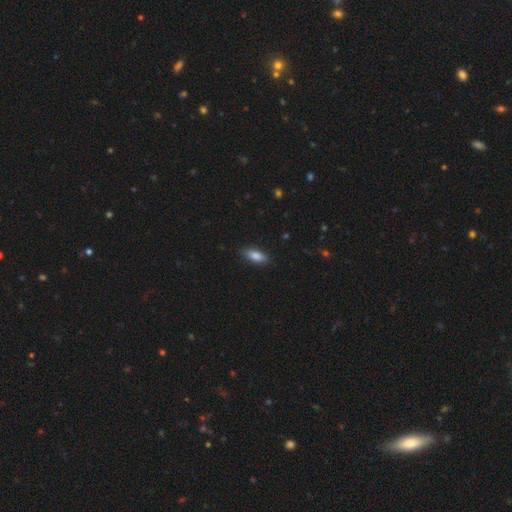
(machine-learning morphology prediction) Smooth or featured? smooth (85%)
How rounded? in between (80%)
Merging? none (86%)